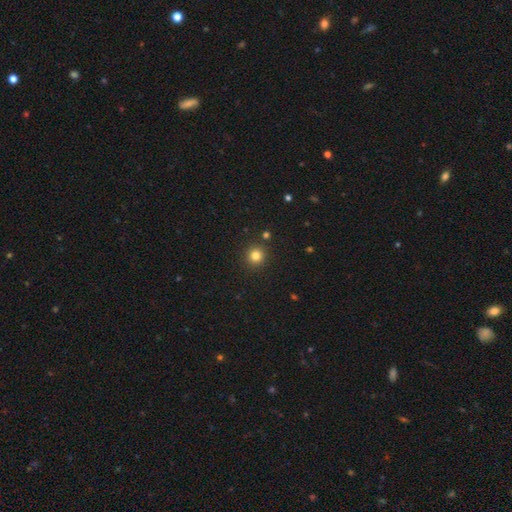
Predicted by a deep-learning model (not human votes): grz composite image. It shows a smooth galaxy with no disk features (81%) that is round (94%). Merging: none (90%).